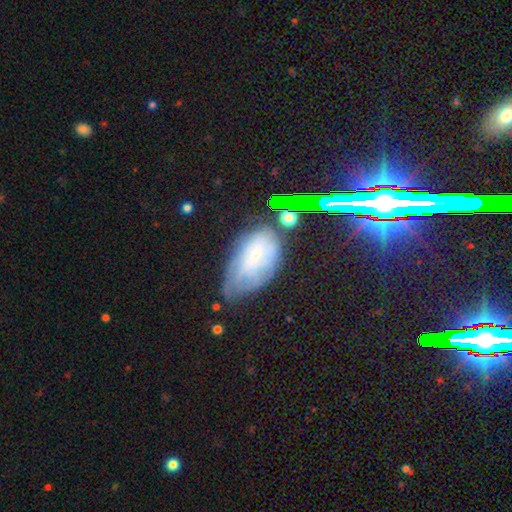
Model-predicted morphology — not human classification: Smooth or featured? featured or disk (47%)
Merging? none (47%)